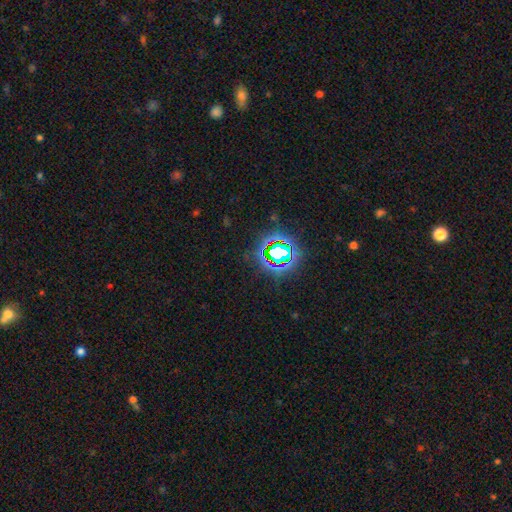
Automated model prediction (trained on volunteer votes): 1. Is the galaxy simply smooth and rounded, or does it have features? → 78% star or artifact, 14% smooth, 9% featured or disk.